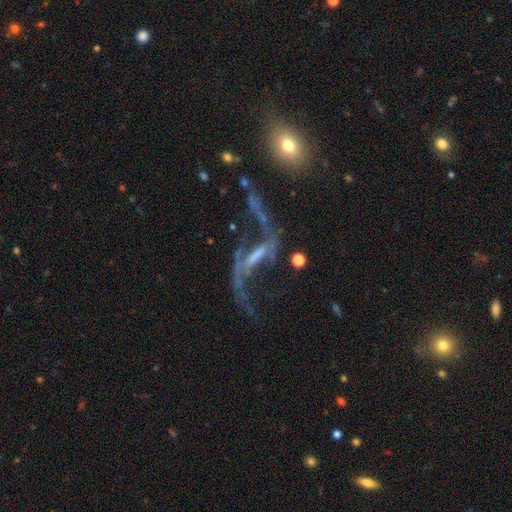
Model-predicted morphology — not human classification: Smooth or featured: featured or disk — 84% (star or artifact — 9%)
Edge-on disk: no — 91% (yes — 9%)
Bar: strong — 52% (weak — 31%)
Spiral arms: yes — 88% (no — 12%)
Spiral winding: loose — 87% (medium — 10%)
Spiral arm count: 2 — 91% (1 — 3%)
Bulge size: none — 46% (small — 27%)
Merging: none — 45% (major disturbance — 31%)